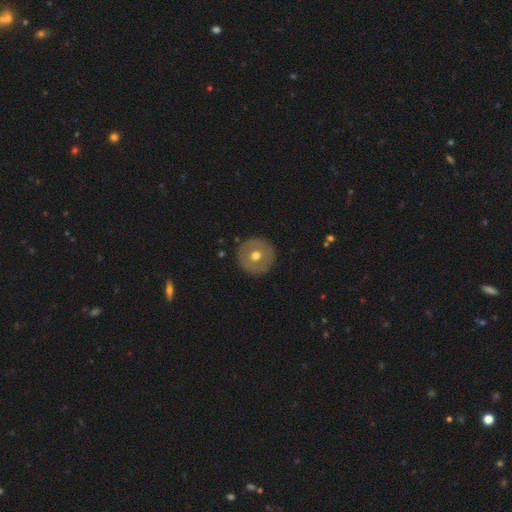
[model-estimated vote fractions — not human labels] Smooth or featured: smooth — 53% (featured or disk — 40%)
How rounded: round — 96% (in between — 3%)
Merging: none — 91% (minor disturbance — 6%)